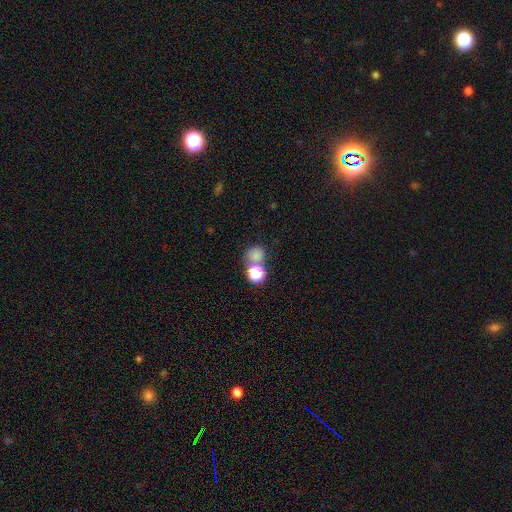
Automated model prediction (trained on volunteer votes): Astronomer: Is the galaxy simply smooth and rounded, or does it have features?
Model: smooth — 75%.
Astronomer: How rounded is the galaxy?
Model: round — 73%.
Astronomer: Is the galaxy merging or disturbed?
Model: none — 52% (runner-up: merger, 33%).